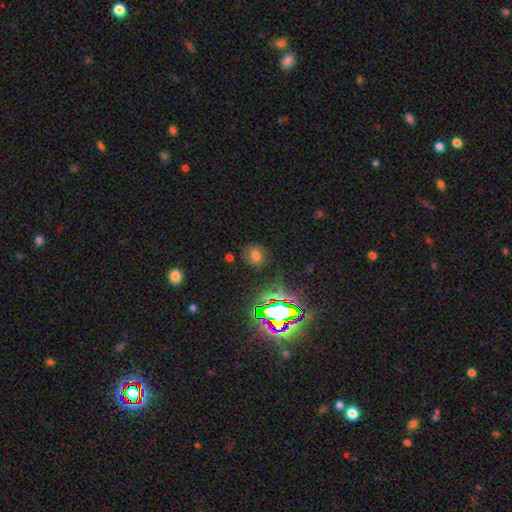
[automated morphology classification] This is possibly a smooth galaxy (58%). How rounded: likely round (71%). Merging: likely none (78%).